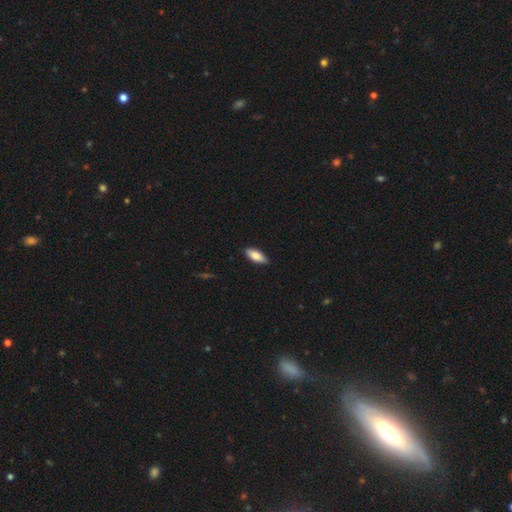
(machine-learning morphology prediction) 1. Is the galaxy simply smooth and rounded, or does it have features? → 80% smooth, 15% featured or disk, 6% star or artifact.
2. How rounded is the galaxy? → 78% in between, 20% cigar-shaped, 2% round.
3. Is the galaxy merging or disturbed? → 88% none, 10% minor disturbance, 2% major disturbance, 1% merger.